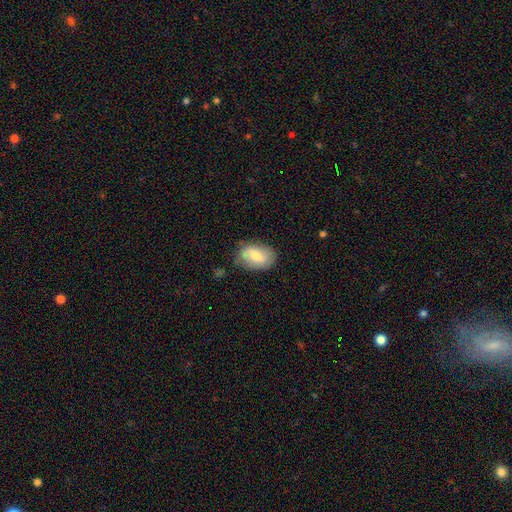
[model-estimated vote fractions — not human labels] This appears to be a smooth galaxy with no disk features (66%) that is in between round and cigar-shaped (86%). Merging: none (70%).